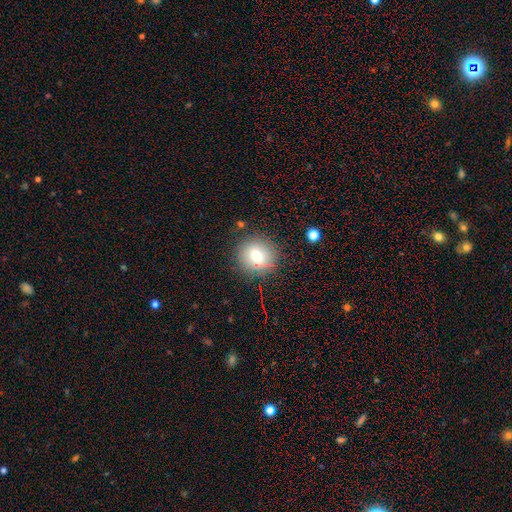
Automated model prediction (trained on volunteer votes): Smooth or featured? Predicted: smooth (p=0.70). How rounded? Predicted: round (p=0.87). Merging? Predicted: none (p=0.83).